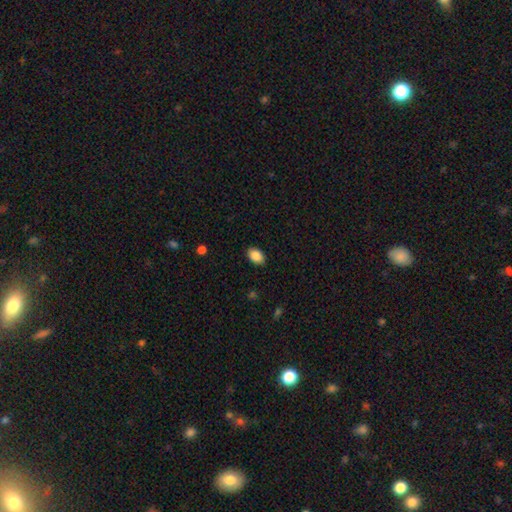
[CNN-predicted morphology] A smooth galaxy with no disk features (88%) that is in between round and cigar-shaped (88%). Merging: none (88%).